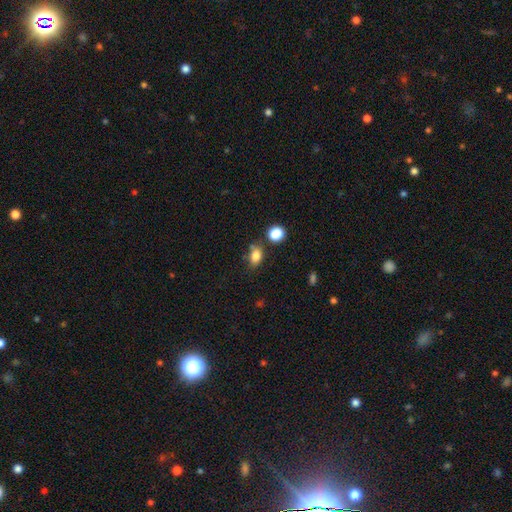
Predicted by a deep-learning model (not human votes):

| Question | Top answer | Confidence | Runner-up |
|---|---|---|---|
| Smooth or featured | smooth | 83% | star or artifact (11%) |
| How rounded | in between | 76% | round (22%) |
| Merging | none | 67% | minor disturbance (17%) |